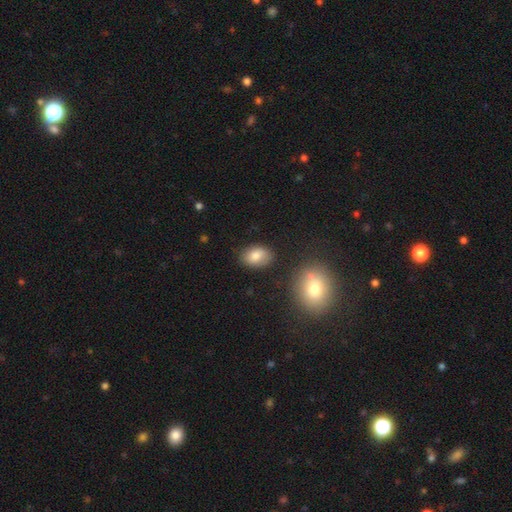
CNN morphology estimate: smooth_or_featured: smooth (p=0.81) [alt: featured or disk p=0.11]
how_rounded: in between (p=0.84) [alt: round p=0.14]
merging: none (p=0.80) [alt: minor disturbance p=0.14]